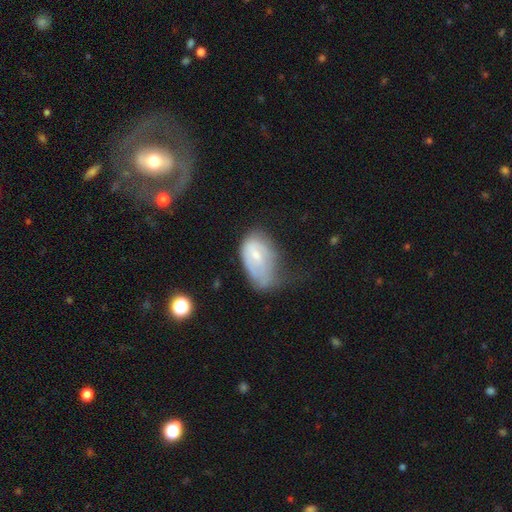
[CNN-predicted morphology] smooth-or-featured: smooth: 49% | featured or disk: 43% | star or artifact: 8%
  merging: minor disturbance: 37% | major disturbance: 36% | none: 24% | merger: 4%